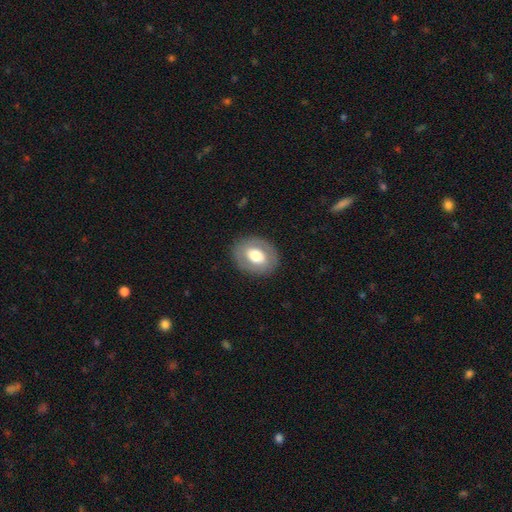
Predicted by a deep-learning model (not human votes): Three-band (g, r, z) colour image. It shows a smooth galaxy with no disk features (61%) that is in between round and cigar-shaped (60%). Merging: none (85%).